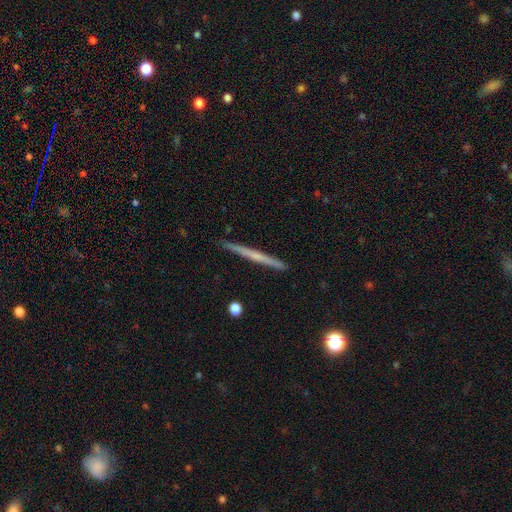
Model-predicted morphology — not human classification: The model was most divided on "smooth or featured": featured or disk: 59%, smooth: 35%, star or artifact: 6%. More confident: edge-on disk — yes (98%); merging — none (92%); edge-on bulge — none (65%).